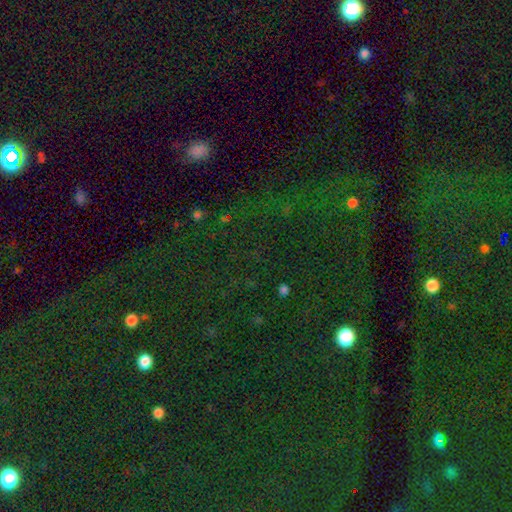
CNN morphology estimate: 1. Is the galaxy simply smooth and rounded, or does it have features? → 73% star or artifact, 17% smooth, 9% featured or disk.